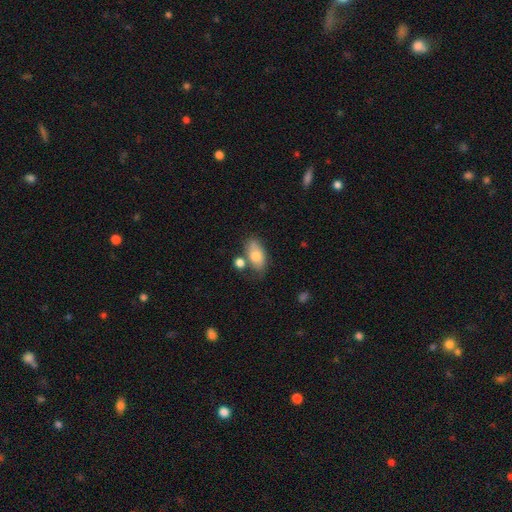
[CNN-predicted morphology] This is likely a smooth galaxy (73%). How rounded: clearly in between (90%). Merging: possibly none (55%).